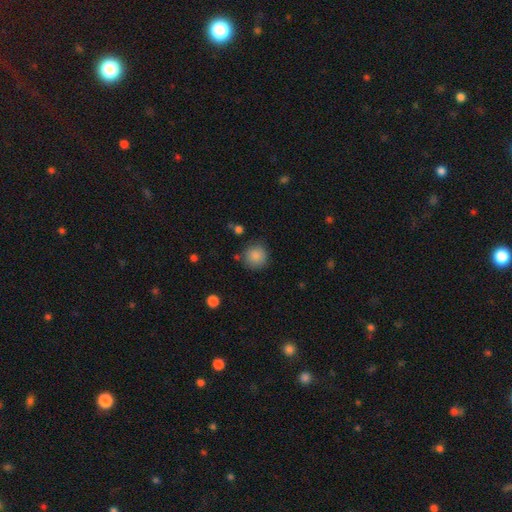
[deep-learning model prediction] This appears to be a smooth galaxy with no disk features (87%) that is round (92%). Merging: none (82%).